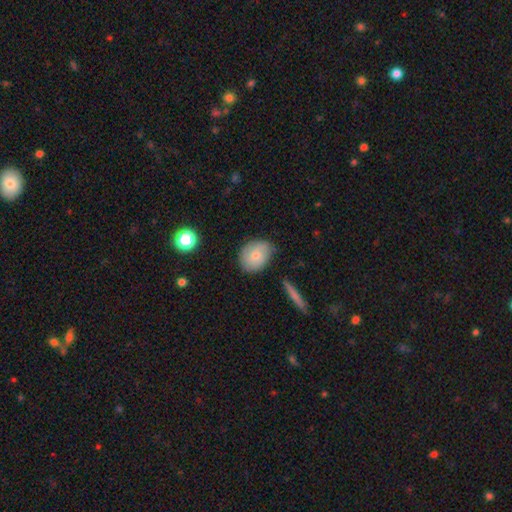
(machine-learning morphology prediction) Q: Smooth or featured?
A: smooth (72%); runner-up: featured or disk (20%)
Q: How rounded?
A: in between (51%); runner-up: round (48%)
Q: Merging?
A: none (74%); runner-up: minor disturbance (19%)